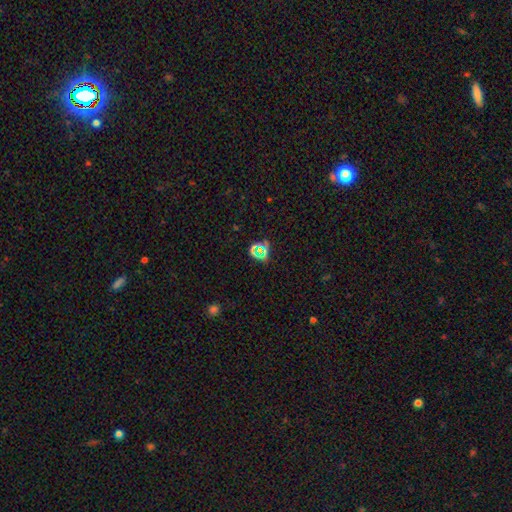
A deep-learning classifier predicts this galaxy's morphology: smooth-or-featured: star or artifact: 57% | smooth: 30% | featured or disk: 13%